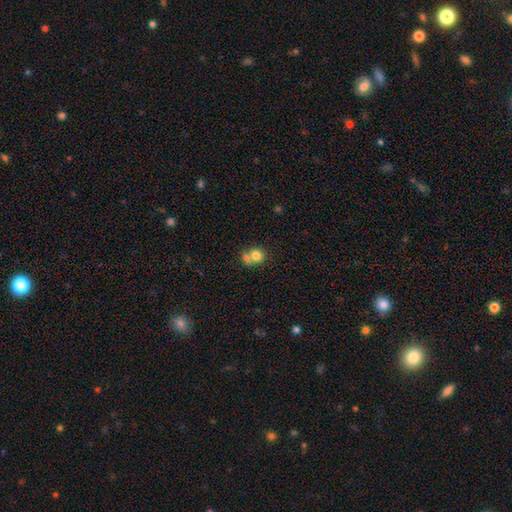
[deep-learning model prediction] Overall: smooth (77%). How rounded: round (78%). Merging: merger (50%; none 38%).